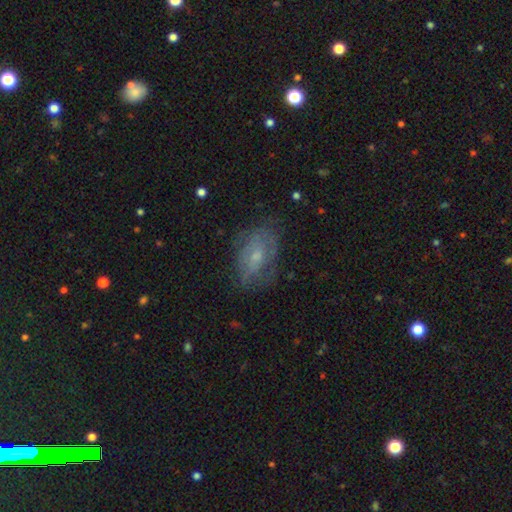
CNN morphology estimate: Smooth or featured? featured or disk (53%)
Edge-on disk? no (95%)
Bar? no (65%)
Spiral arms? yes (61%)
Bulge size? small (49%)
Merging? none (63%)